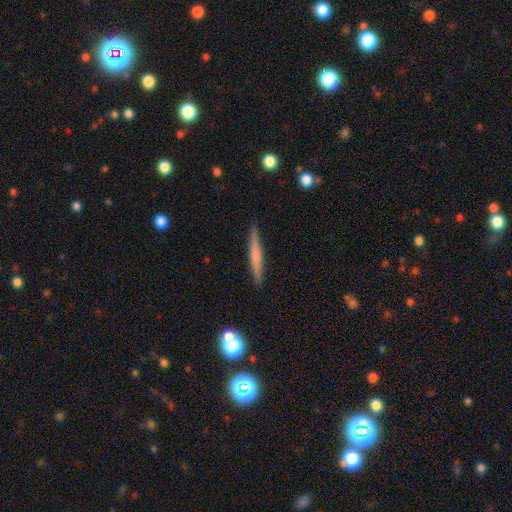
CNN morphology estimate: smooth_or_featured: smooth (p=0.56) [alt: featured or disk p=0.38]
how_rounded: cigar-shaped (p=0.95) [alt: in between p=0.03]
merging: none (p=0.90) [alt: minor disturbance p=0.07]